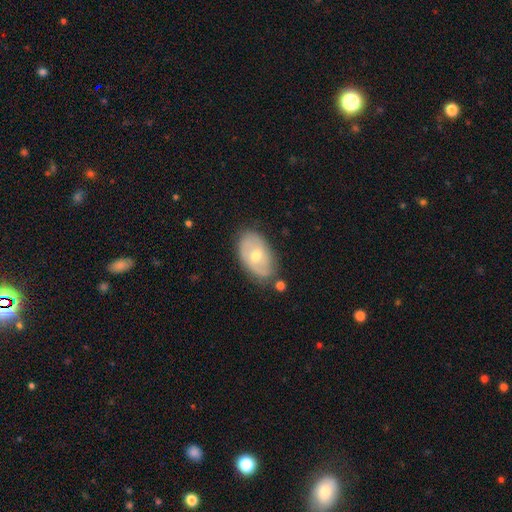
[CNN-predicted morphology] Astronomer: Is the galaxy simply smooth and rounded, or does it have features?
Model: featured or disk — 53% (runner-up: smooth, 41%).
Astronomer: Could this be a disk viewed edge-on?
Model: no — 92%.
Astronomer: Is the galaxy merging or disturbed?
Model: none — 72%.